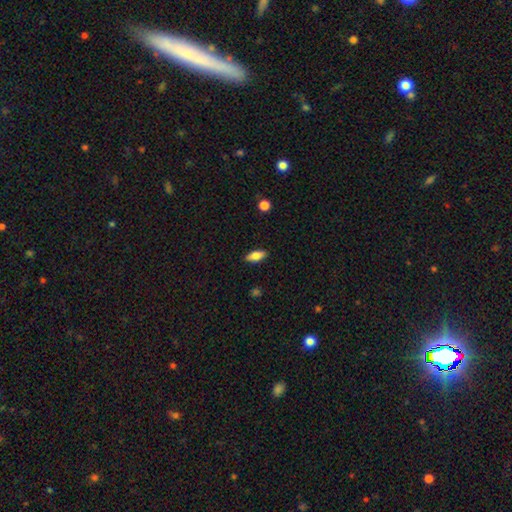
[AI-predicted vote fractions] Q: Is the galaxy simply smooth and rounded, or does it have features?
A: smooth — 78%.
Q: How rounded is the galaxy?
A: in between — 82%.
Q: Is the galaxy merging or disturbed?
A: none — 88%.